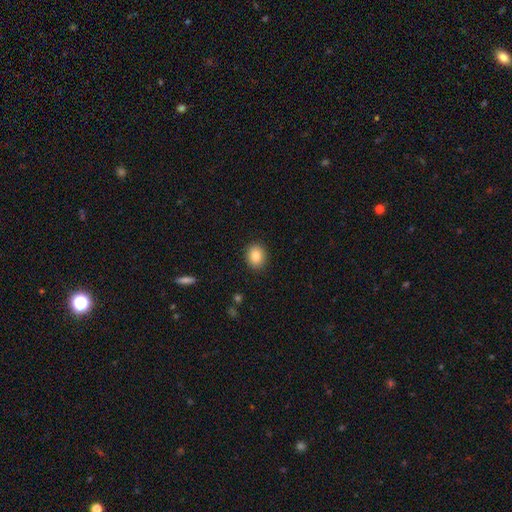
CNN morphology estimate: A smooth galaxy with no disk features (84%) that is round (57%). Merging: none (90%).